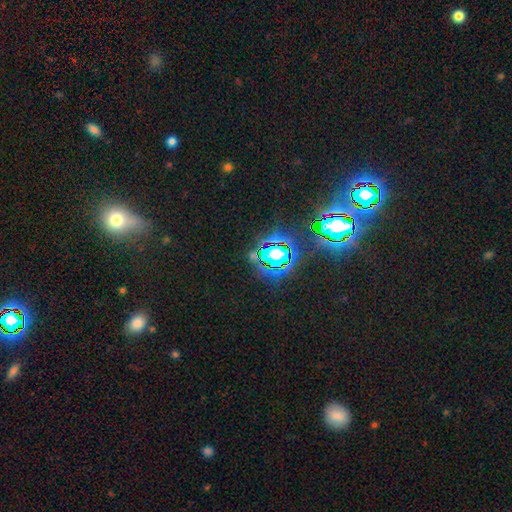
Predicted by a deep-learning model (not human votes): This appears to be a star or artifact, not a galaxy (78%).